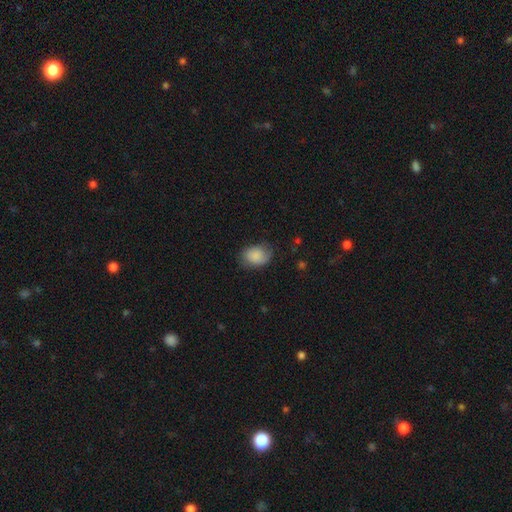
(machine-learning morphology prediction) smooth 83%, featured or disk 10%, star or artifact 7%. Down the decision tree: how rounded — in between (70%); merging — none (66%).